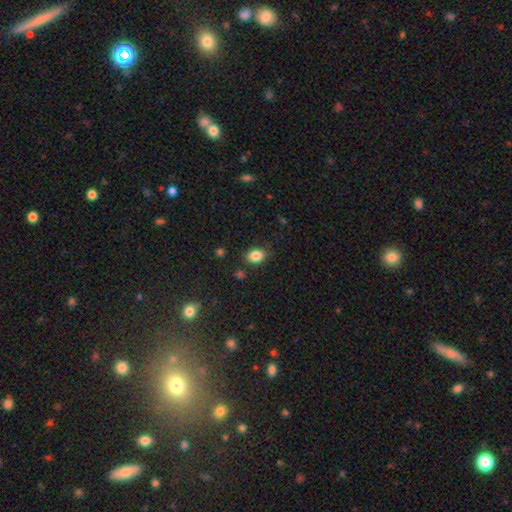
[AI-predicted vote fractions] Smooth or featured?
  - smooth: 85% *
  - star or artifact: 10%
  - featured or disk: 5%
How rounded?
  - in between: 71% *
  - round: 28%
  - cigar-shaped: 1%
Merging?
  - none: 81% *
  - minor disturbance: 13%
  - major disturbance: 3%
  - merger: 2%